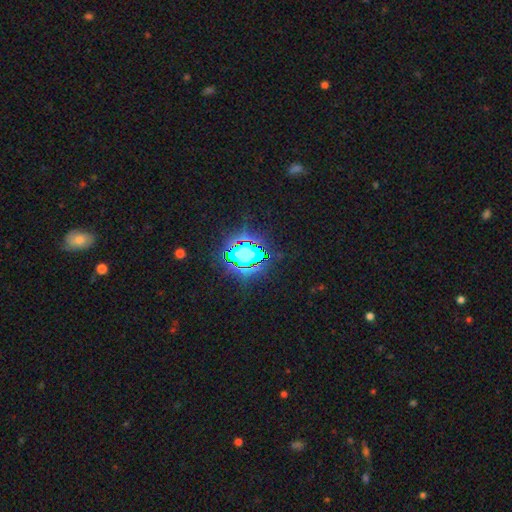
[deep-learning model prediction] Smooth or featured: star or artifact — 81% (smooth — 12%)